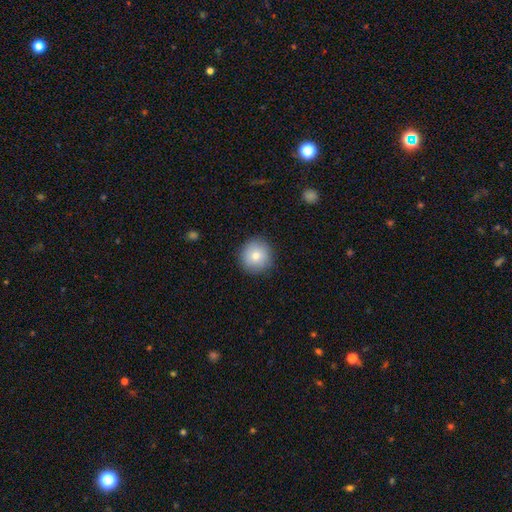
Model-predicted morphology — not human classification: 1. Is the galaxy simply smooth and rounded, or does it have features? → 81% smooth, 10% featured or disk, 8% star or artifact.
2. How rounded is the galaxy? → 94% round, 5% in between, 1% cigar-shaped.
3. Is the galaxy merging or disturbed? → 90% none, 7% minor disturbance, 2% major disturbance, 1% merger.